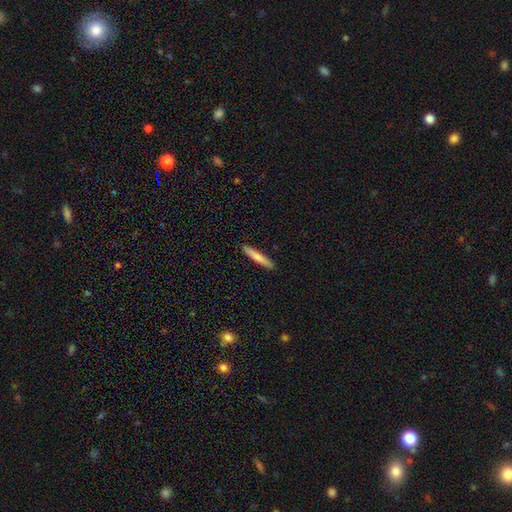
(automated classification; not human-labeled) Smooth or featured: smooth — 76% (featured or disk — 19%)
How rounded: cigar-shaped — 92% (in between — 6%)
Merging: none — 90% (minor disturbance — 7%)